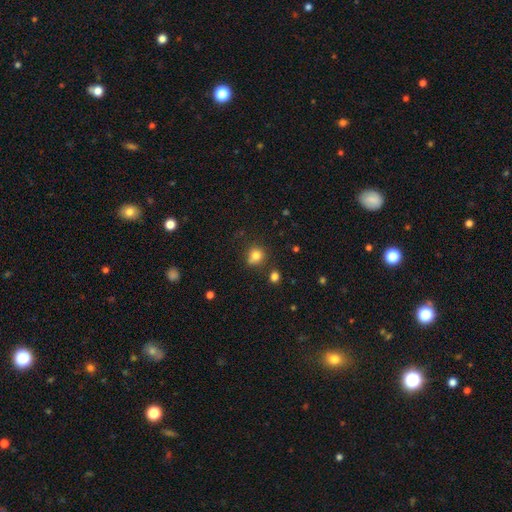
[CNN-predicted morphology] smooth-or-featured: smooth: 80% | star or artifact: 13% | featured or disk: 8%
  how-rounded: round: 79% | in between: 20% | cigar-shaped: 1%
  merging: none: 67% | minor disturbance: 19% | merger: 9% | major disturbance: 5%